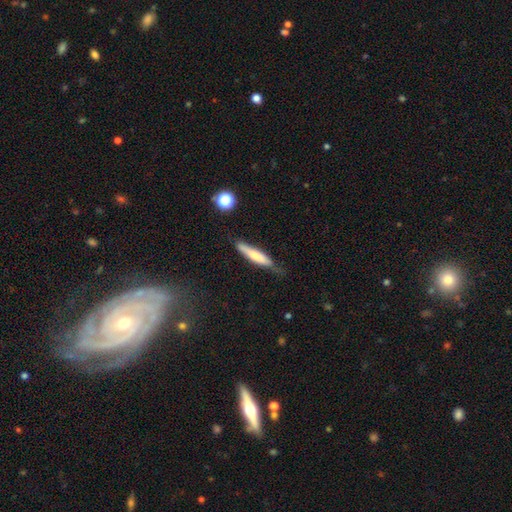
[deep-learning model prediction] A smooth galaxy with no disk features (64%) that is cigar-shaped (86%).

Vote fractions:
- Smooth or featured? smooth: 64% / featured or disk: 30% / star or artifact: 6%
- How rounded? cigar-shaped: 86% / in between: 12% / round: 1%
- Merging? none: 60% / minor disturbance: 29% / major disturbance: 8% / merger: 3%